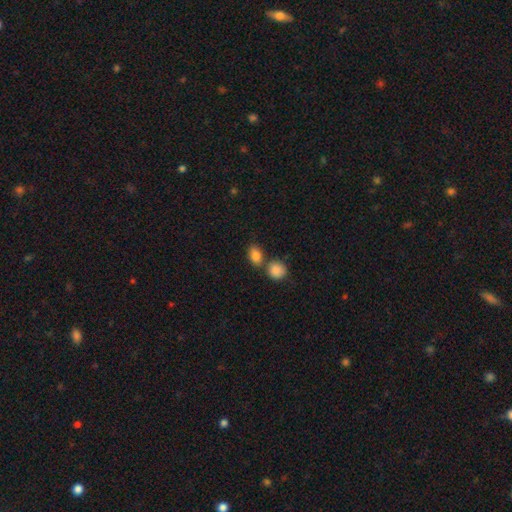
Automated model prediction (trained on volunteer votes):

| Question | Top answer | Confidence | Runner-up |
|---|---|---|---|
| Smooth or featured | smooth | 85% | star or artifact (9%) |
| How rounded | in between | 77% | round (21%) |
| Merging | none | 55% | merger (31%) |